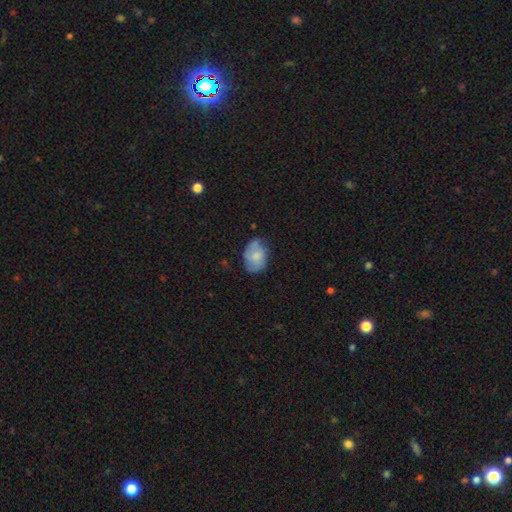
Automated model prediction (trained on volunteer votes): This appears to be a smooth galaxy with no disk features (66%) that is in between round and cigar-shaped (76%). Merging: none (55%).